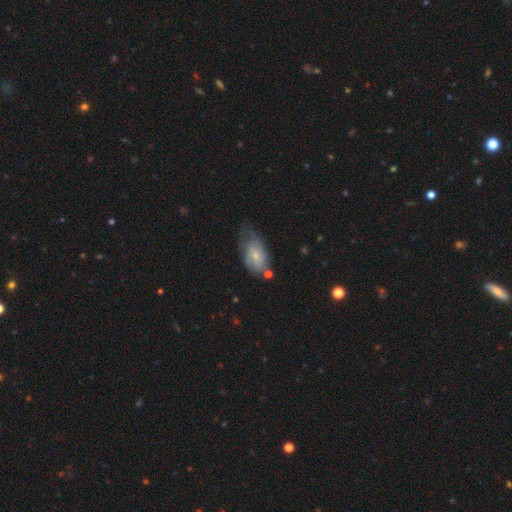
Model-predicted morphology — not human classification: smooth_or_featured: featured or disk (p=0.47) [alt: smooth p=0.46]
merging: minor disturbance (p=0.37) [alt: none p=0.36]